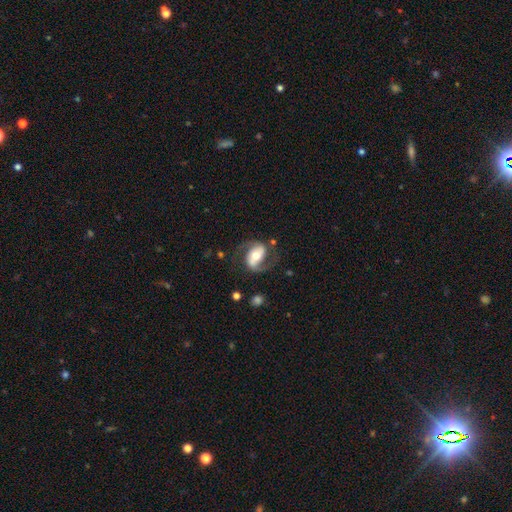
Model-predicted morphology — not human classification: This is likely a featured or disk galaxy (78%). It is clearly not viewed edge-on (97%). Bar: marginally strong (35%). Spiral arm pattern: clearly yes (92%). Spiral arm count: clearly 2 (89%). Spiral winding: possibly medium (48%). Central bulge: likely moderate (62%). Merging: likely none (68%).